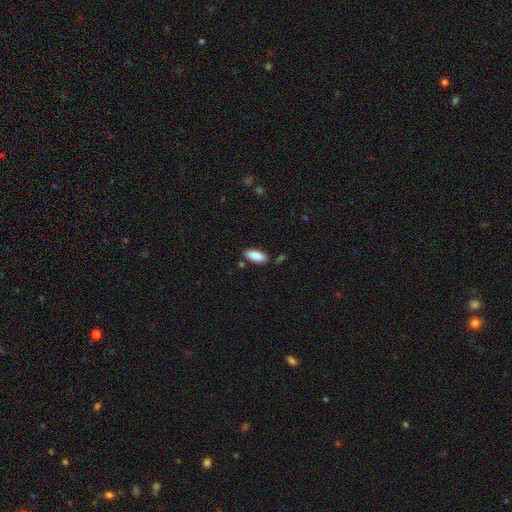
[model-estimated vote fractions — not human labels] A smooth galaxy with no disk features (88%) that is in between round and cigar-shaped (83%).

Vote fractions:
- Smooth or featured? smooth: 88% / star or artifact: 6% / featured or disk: 5%
- How rounded? in between: 83% / cigar-shaped: 15% / round: 2%
- Merging? none: 82% / minor disturbance: 12% / merger: 3% / major disturbance: 3%